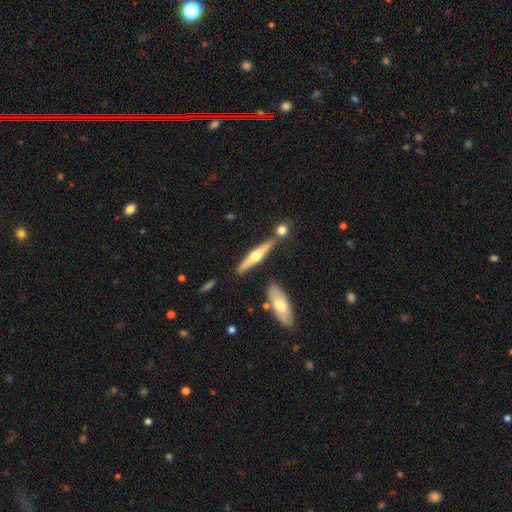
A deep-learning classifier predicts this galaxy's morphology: The model was most divided on "smooth or featured": featured or disk: 66%, smooth: 29%, star or artifact: 5%. More confident: edge-on disk — yes (96%); edge-on bulge — rounded (94%); merging — none (77%).